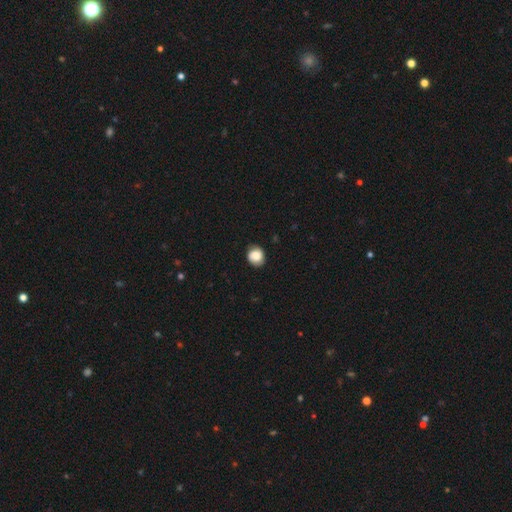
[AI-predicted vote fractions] smooth_or_featured: smooth (p=0.79) [alt: featured or disk p=0.13]
how_rounded: round (p=0.78) [alt: in between p=0.21]
merging: none (p=0.79) [alt: minor disturbance p=0.16]